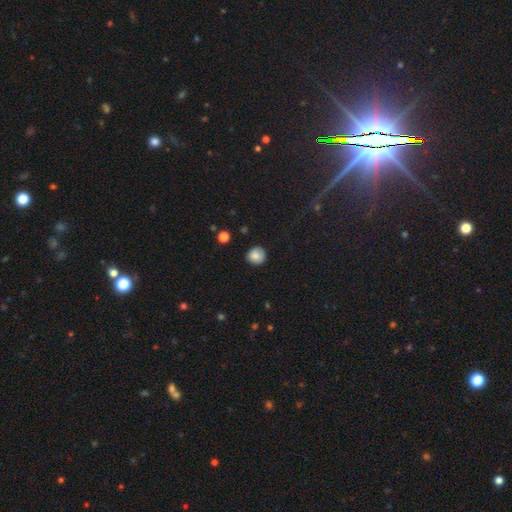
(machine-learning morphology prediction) A smooth galaxy with no disk features (84%) that is round (91%). Merging: none (85%).